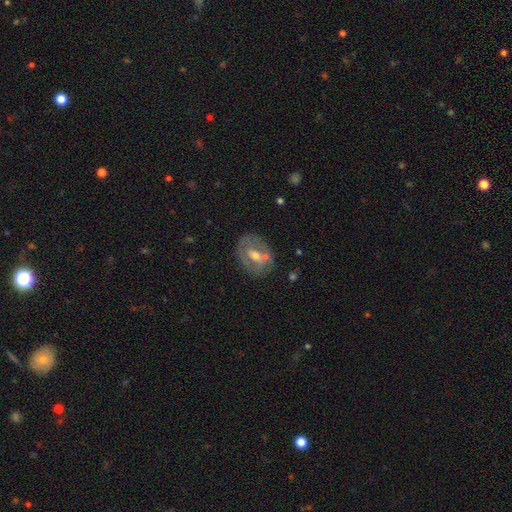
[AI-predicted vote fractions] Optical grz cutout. It shows a featured or disk galaxy (61%) with no bar (41%), no spiral arms (71%) and a moderate central bulge (67%). Merging: none (62%).